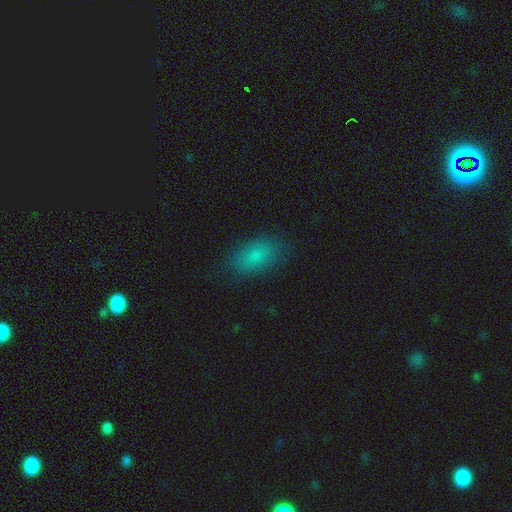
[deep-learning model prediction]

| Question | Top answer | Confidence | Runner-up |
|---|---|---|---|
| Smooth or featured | smooth | 79% | star or artifact (11%) |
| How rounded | in between | 89% | round (7%) |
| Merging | none | 80% | minor disturbance (14%) |